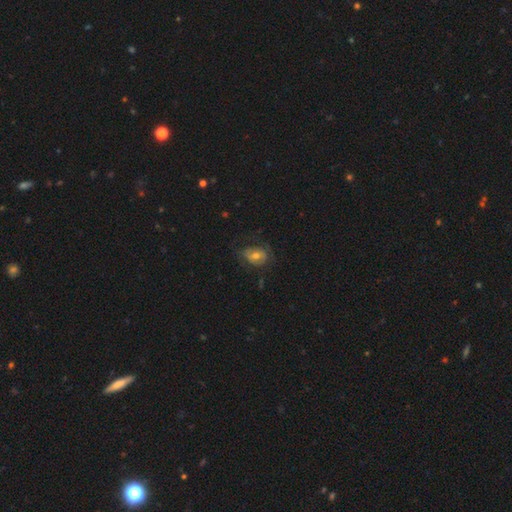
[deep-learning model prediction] This appears to be a smooth galaxy with no disk features (45%). Merging: none (59%).